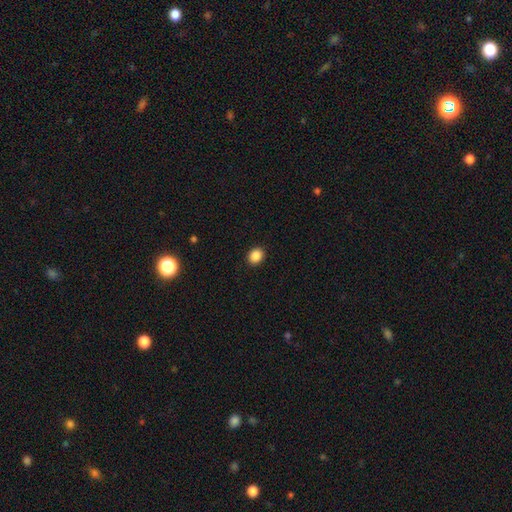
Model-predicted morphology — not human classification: Smooth or featured? Predicted: smooth (p=0.88). How rounded? Predicted: round (p=0.55). Merging? Predicted: none (p=0.91).